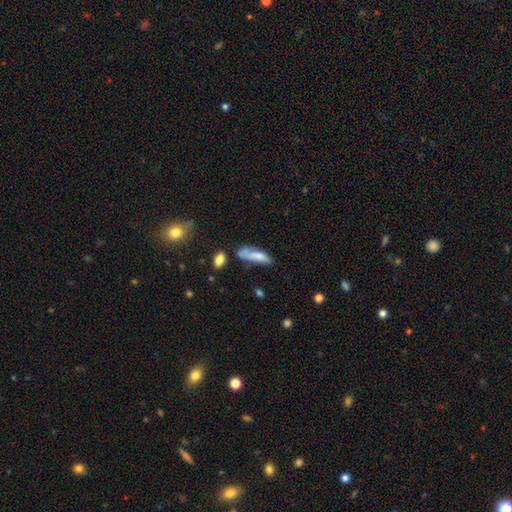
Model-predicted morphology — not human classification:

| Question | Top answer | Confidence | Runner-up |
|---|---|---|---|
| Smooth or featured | smooth | 68% | featured or disk (24%) |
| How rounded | cigar-shaped | 51% | in between (47%) |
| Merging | none | 35% | minor disturbance (28%) |